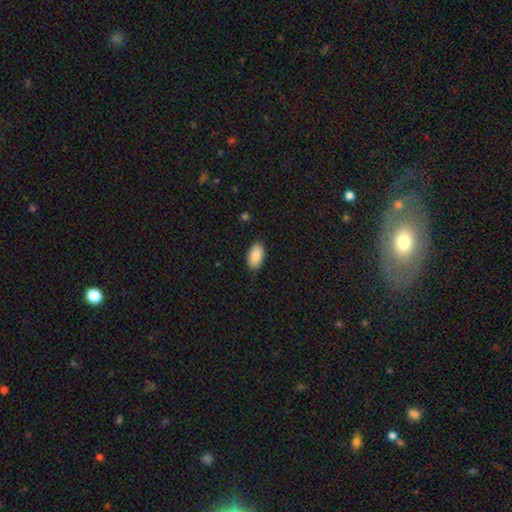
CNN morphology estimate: smooth 90%, star or artifact 6%, featured or disk 4%. Down the decision tree: how rounded — in between (95%); merging — none (85%).